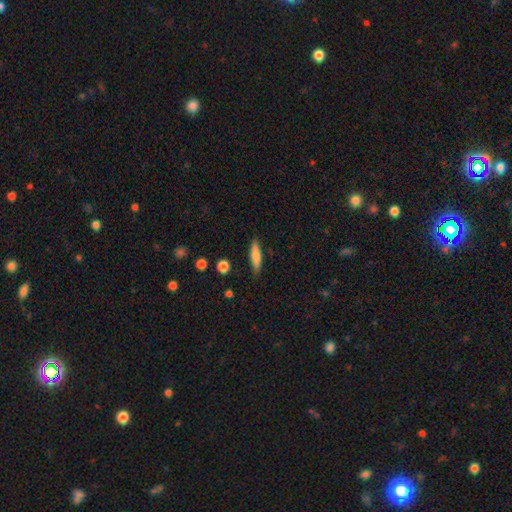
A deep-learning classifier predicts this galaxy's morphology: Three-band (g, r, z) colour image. It shows a smooth galaxy with no disk features (77%) that is cigar-shaped (72%). Merging: none (85%).